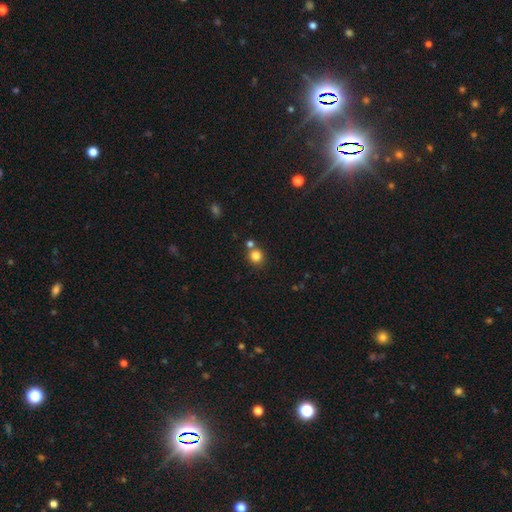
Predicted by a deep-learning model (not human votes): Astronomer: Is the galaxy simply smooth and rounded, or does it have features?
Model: smooth — 82%.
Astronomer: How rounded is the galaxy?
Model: round — 88%.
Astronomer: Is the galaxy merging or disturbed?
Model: none — 67%.